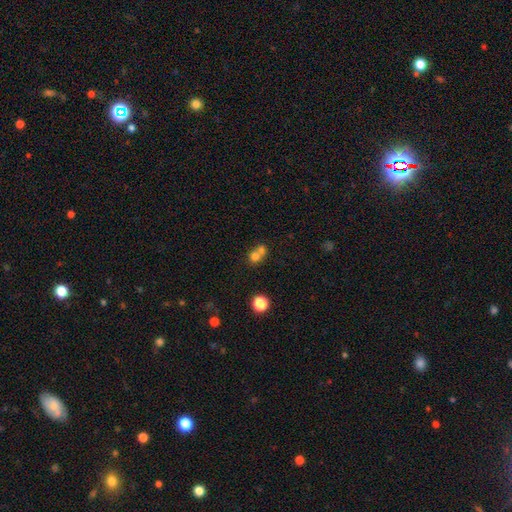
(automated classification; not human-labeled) Smooth or featured? Predicted: smooth (p=0.73). How rounded? Predicted: round (p=0.80). Merging? Predicted: merger (p=0.59).